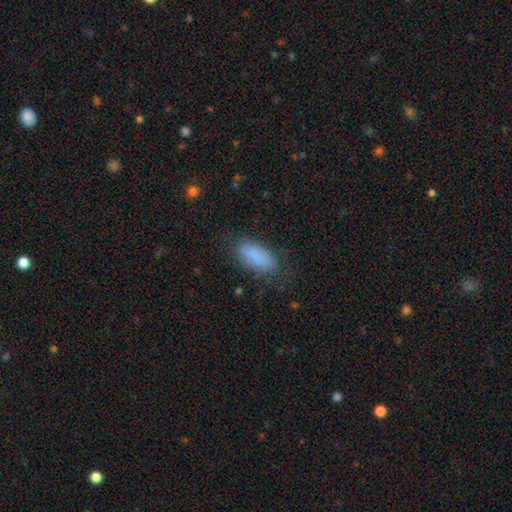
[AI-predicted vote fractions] Morphology: type=smooth (86%); roundness=in between (83%); merging=none (74%).